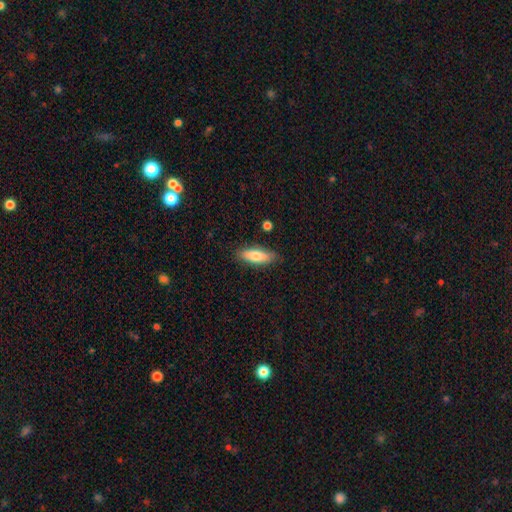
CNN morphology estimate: Q: Smooth or featured?
A: smooth (76%); runner-up: featured or disk (18%)
Q: How rounded?
A: in between (60%); runner-up: cigar-shaped (37%)
Q: Merging?
A: none (83%); runner-up: minor disturbance (12%)